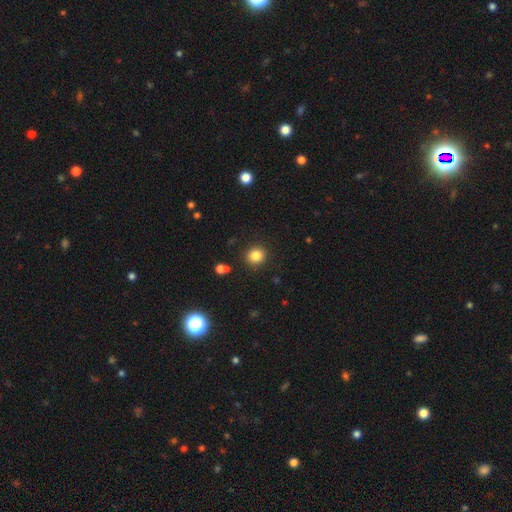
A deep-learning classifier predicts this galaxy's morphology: This appears to be a smooth galaxy with no disk features (84%) that is round (89%). Merging: none (90%).